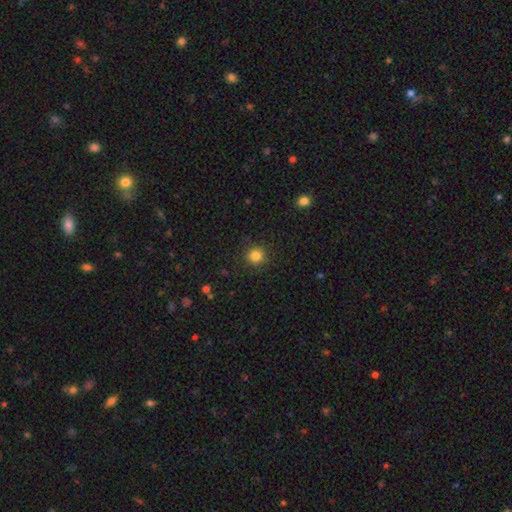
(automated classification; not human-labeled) This is clearly a smooth galaxy (84%). How rounded: clearly round (94%). Merging: clearly none (90%).